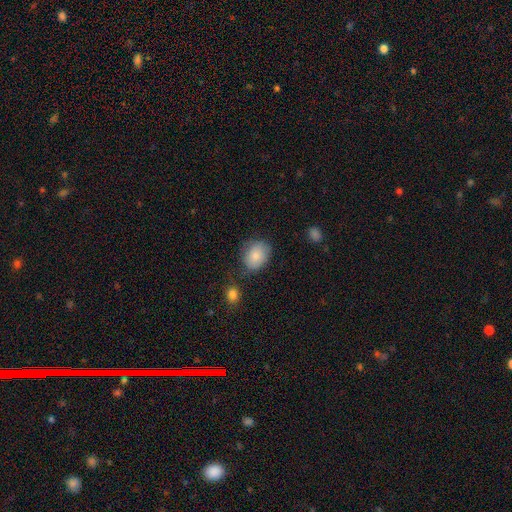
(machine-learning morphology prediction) type=smooth (83%); roundness=in between (51%); merging=none (67%).